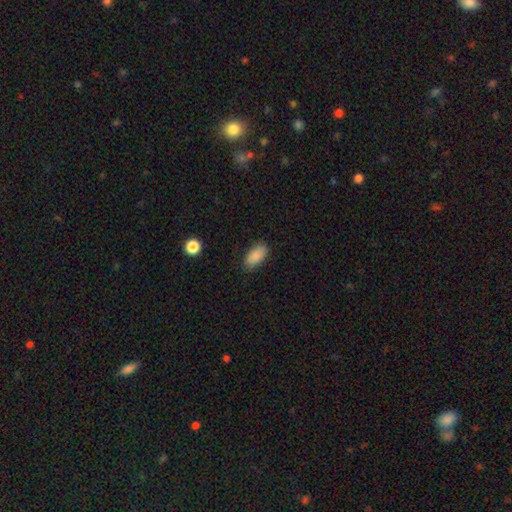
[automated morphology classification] Overall: smooth (88%). How rounded: in between (92%). Merging: none (84%).